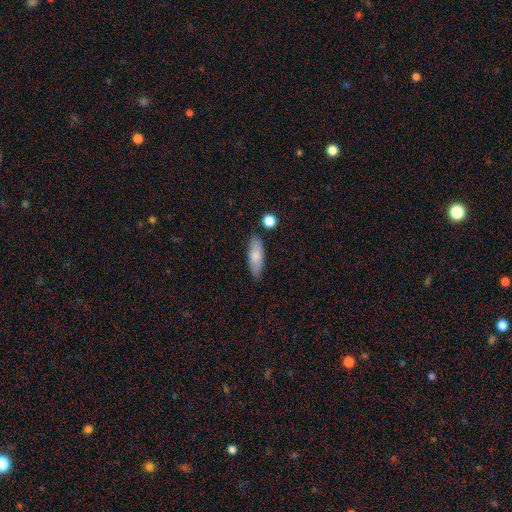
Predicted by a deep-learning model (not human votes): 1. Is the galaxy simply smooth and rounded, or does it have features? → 78% smooth, 15% featured or disk, 6% star or artifact.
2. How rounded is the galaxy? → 63% in between, 35% cigar-shaped, 2% round.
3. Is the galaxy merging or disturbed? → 81% none, 13% minor disturbance, 4% merger, 3% major disturbance.